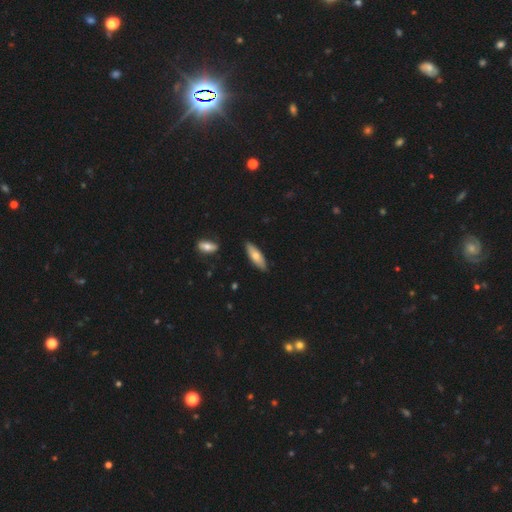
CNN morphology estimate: A smooth galaxy with no disk features (69%) that is in between round and cigar-shaped (55%).

Vote fractions:
- Smooth or featured? smooth: 69% / featured or disk: 25% / star or artifact: 6%
- How rounded? in between: 55% / cigar-shaped: 43% / round: 2%
- Merging? none: 85% / minor disturbance: 11% / merger: 2% / major disturbance: 2%